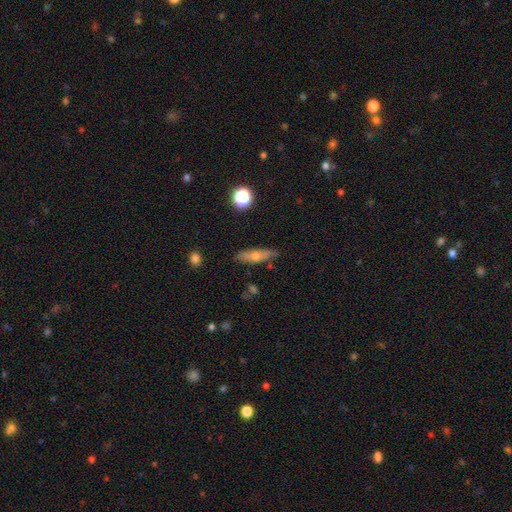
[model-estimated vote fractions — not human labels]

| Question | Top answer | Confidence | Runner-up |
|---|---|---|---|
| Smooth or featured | smooth | 53% | featured or disk (37%) |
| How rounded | cigar-shaped | 64% | in between (32%) |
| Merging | none | 82% | minor disturbance (13%) |